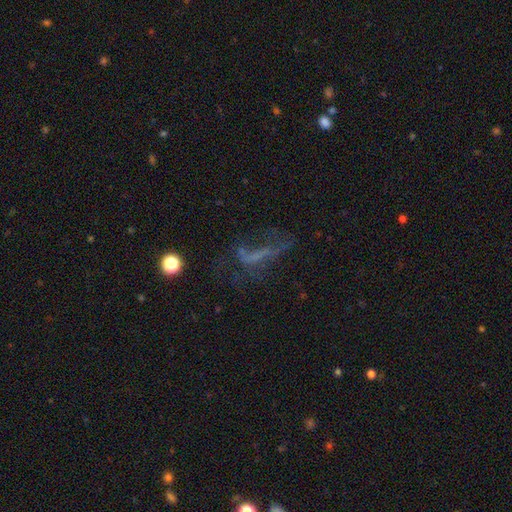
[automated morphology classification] featured or disk 44%, smooth 30%, star or artifact 26%. Down the decision tree: merging — major disturbance (40%).